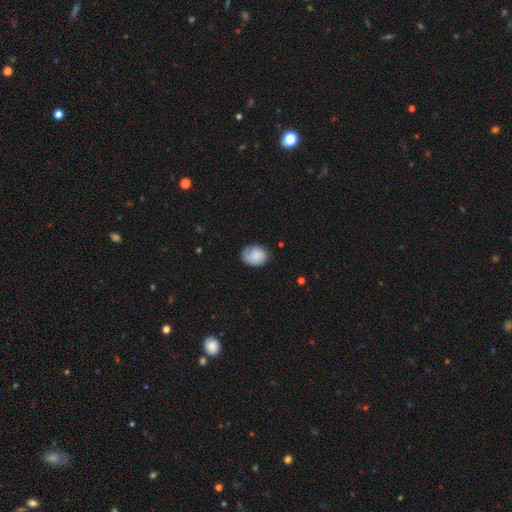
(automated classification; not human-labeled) smooth 73%, featured or disk 20%, star or artifact 7%. Down the decision tree: how rounded — in between (51%); merging — none (61%).